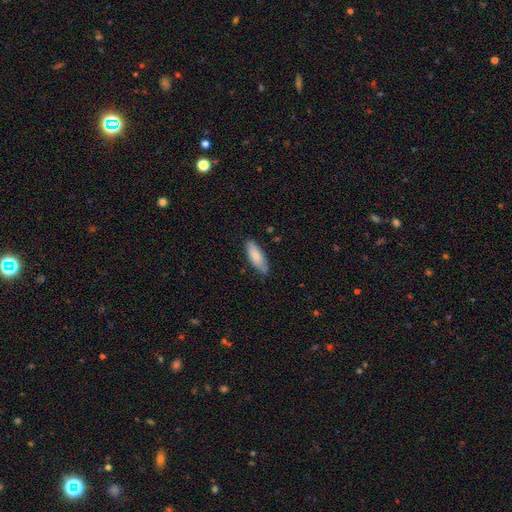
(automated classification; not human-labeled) The model was most divided on "how rounded": in between: 66%, cigar-shaped: 33%, round: 2%. More confident: merging — none (83%); smooth or featured — smooth (80%).